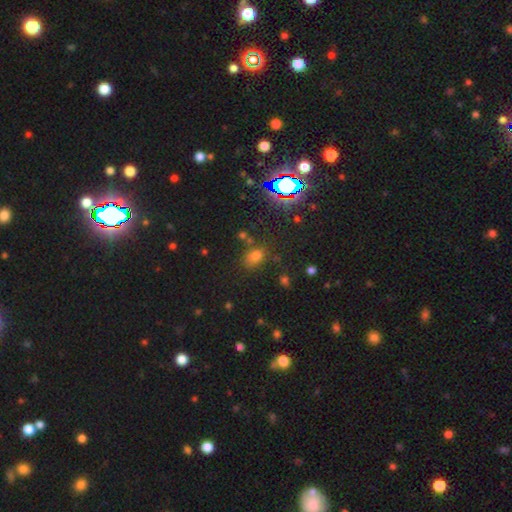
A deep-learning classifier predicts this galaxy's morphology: smooth 63%, star or artifact 29%, featured or disk 8%. Down the decision tree: how rounded — in between (61%); merging — none (71%).